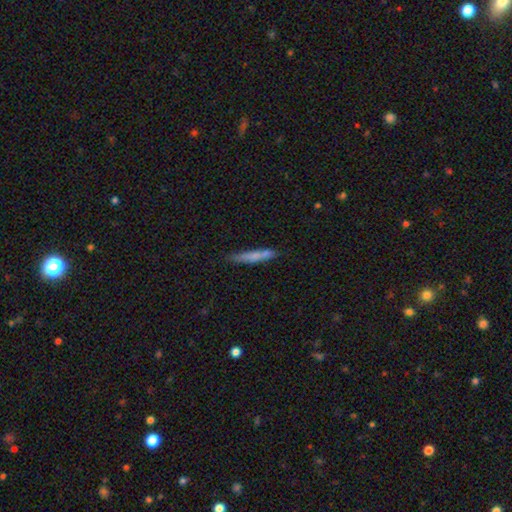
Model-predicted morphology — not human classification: Q: Smooth or featured?
A: smooth (70%); runner-up: featured or disk (23%)
Q: How rounded?
A: cigar-shaped (93%); runner-up: in between (5%)
Q: Merging?
A: none (76%); runner-up: minor disturbance (15%)